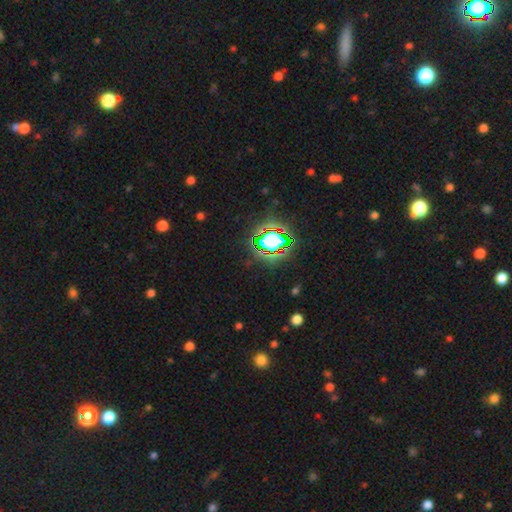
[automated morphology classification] Smooth or featured: star or artifact — 78% (smooth — 13%)